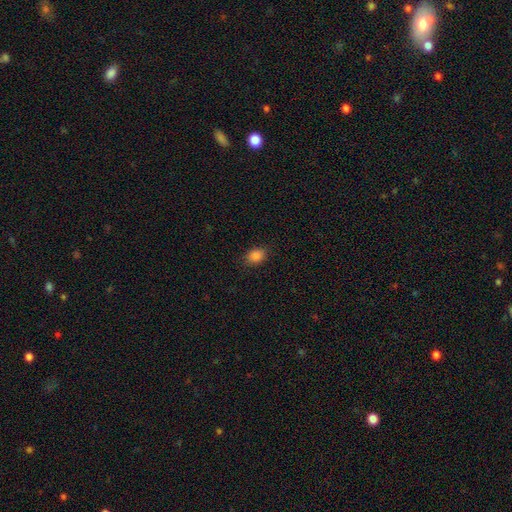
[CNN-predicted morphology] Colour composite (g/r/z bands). It shows a smooth galaxy with no disk features (86%) that is in between round and cigar-shaped (72%). Merging: none (85%).